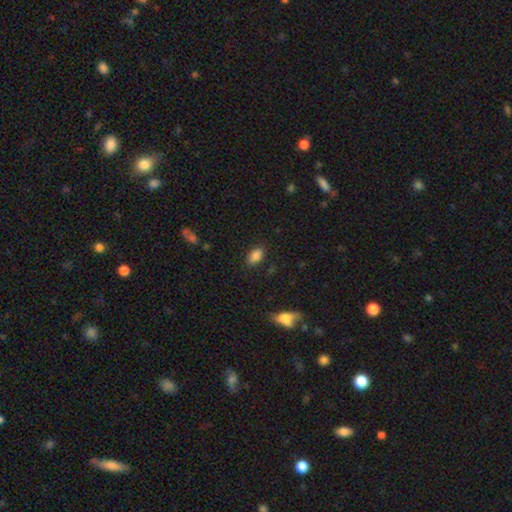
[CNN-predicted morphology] A smooth galaxy with no disk features (86%) that is in between round and cigar-shaped (91%).

Vote fractions:
- Smooth or featured? smooth: 86% / star or artifact: 9% / featured or disk: 5%
- How rounded? in between: 91% / round: 6% / cigar-shaped: 3%
- Merging? none: 85% / minor disturbance: 11% / major disturbance: 3% / merger: 1%